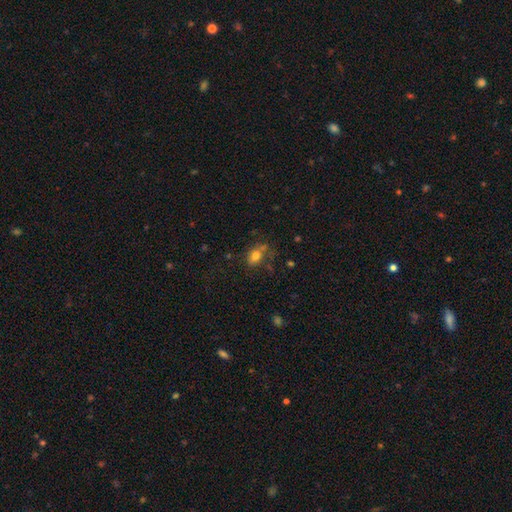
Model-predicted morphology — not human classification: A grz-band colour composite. It shows a smooth galaxy with no disk features (76%) that is in between round and cigar-shaped (74%). Merging: none (59%).